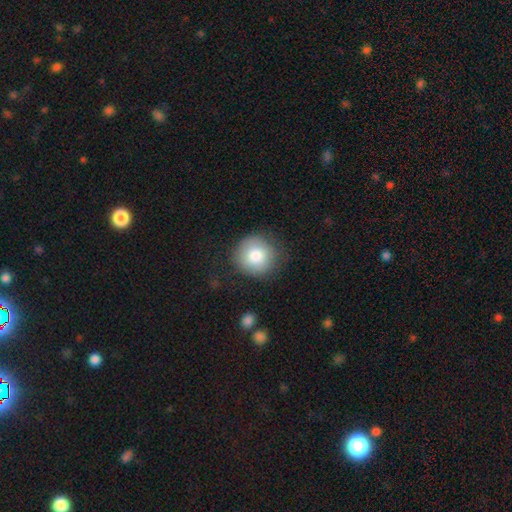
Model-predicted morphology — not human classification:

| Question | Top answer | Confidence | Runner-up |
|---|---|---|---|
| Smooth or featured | smooth | 81% | featured or disk (11%) |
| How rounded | round | 93% | in between (6%) |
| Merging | none | 80% | minor disturbance (13%) |